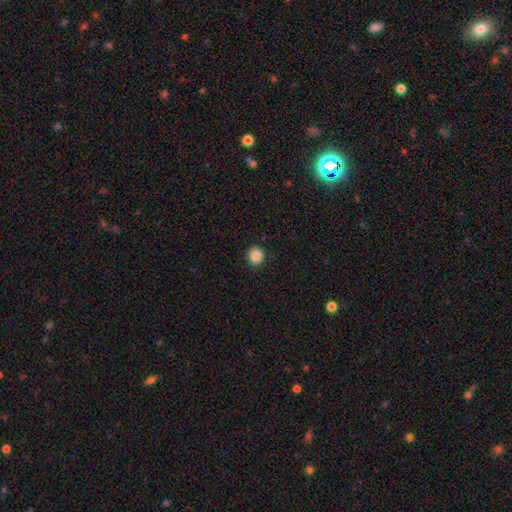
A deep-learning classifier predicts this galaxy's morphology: Smooth or featured? smooth (87%)
How rounded? round (89%)
Merging? none (91%)